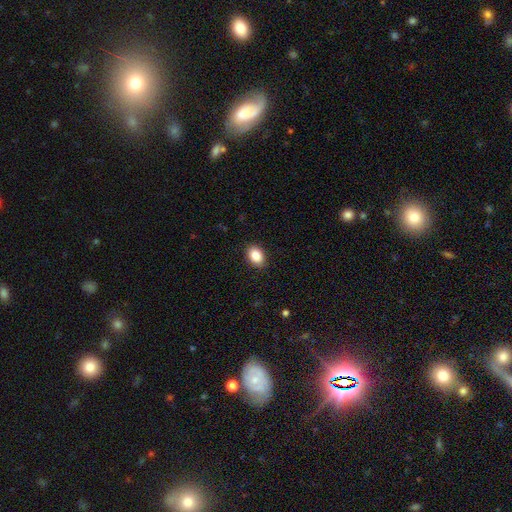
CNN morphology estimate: Smooth or featured?
  - smooth: 86% *
  - star or artifact: 8%
  - featured or disk: 5%
How rounded?
  - in between: 79% *
  - round: 20%
  - cigar-shaped: 1%
Merging?
  - none: 89% *
  - minor disturbance: 8%
  - major disturbance: 2%
  - merger: 1%